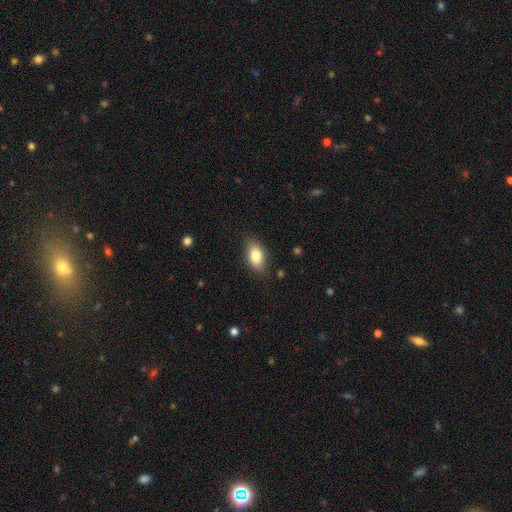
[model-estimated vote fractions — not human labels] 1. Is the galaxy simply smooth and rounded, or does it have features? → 81% smooth, 11% featured or disk, 7% star or artifact.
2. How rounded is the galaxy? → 88% in between, 7% round, 5% cigar-shaped.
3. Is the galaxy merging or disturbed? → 83% none, 14% minor disturbance, 3% major disturbance, 1% merger.